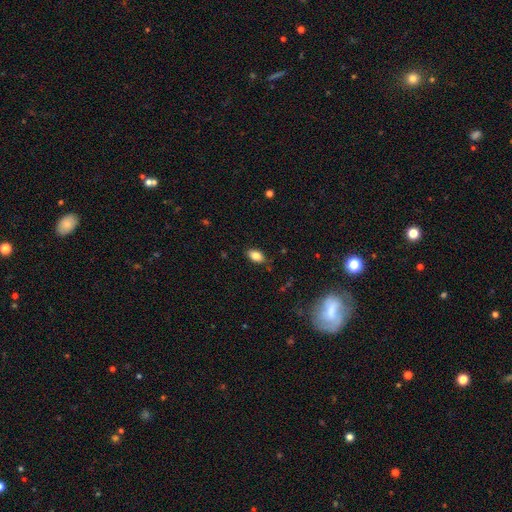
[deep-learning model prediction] Smooth or featured?
  - smooth: 83% *
  - featured or disk: 9%
  - star or artifact: 8%
How rounded?
  - in between: 90% *
  - round: 7%
  - cigar-shaped: 3%
Merging?
  - none: 84% *
  - minor disturbance: 12%
  - major disturbance: 2%
  - merger: 1%